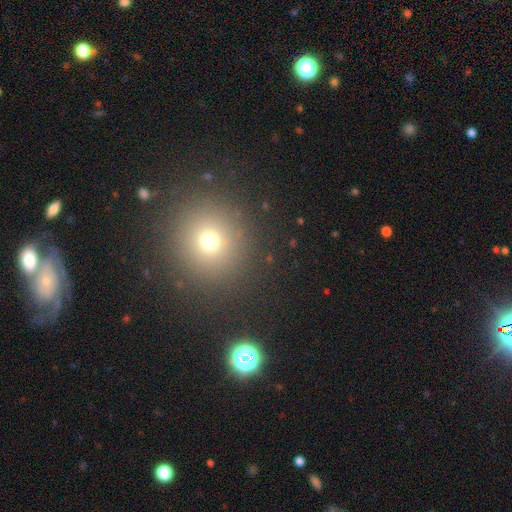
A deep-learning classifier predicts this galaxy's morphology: smooth 55%, star or artifact 33%, featured or disk 12%. Down the decision tree: how rounded — round (91%); merging — none (90%).